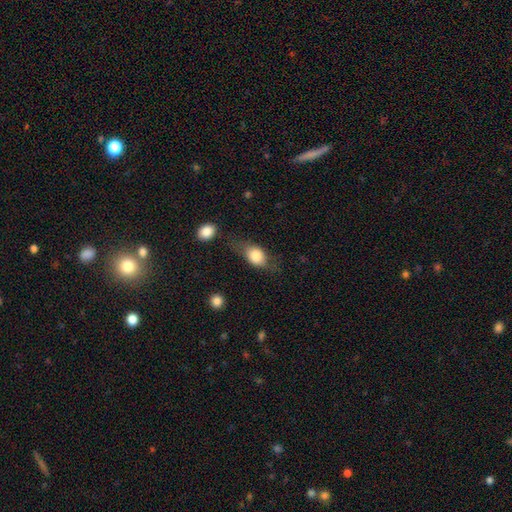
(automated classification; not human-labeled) Q: Smooth or featured?
A: smooth (73%); runner-up: featured or disk (20%)
Q: How rounded?
A: in between (71%); runner-up: round (23%)
Q: Merging?
A: none (51%); runner-up: minor disturbance (27%)